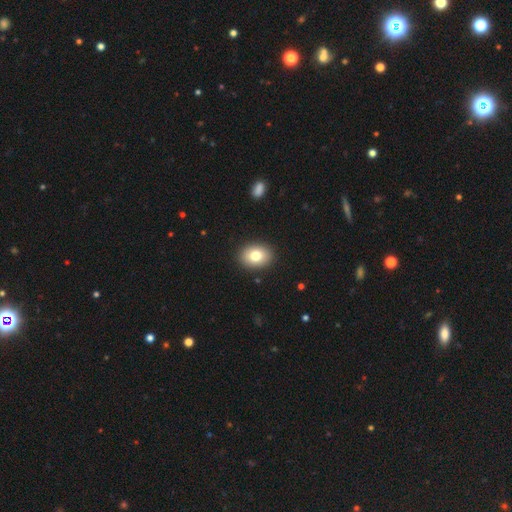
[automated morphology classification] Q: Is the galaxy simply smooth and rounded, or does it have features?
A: smooth — 79%.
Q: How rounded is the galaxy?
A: in between — 66%.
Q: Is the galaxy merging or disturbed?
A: none — 90%.